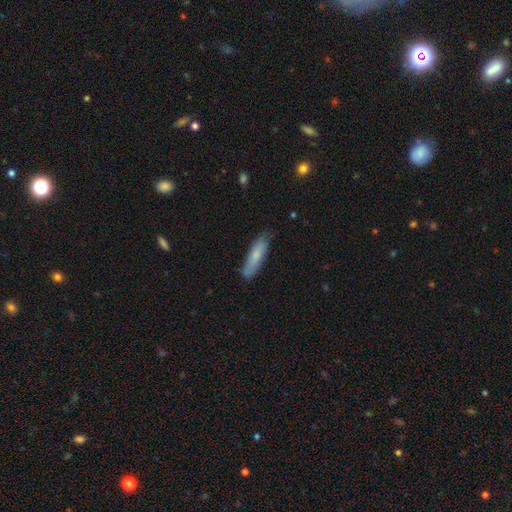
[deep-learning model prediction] This appears to be a smooth galaxy with no disk features (76%) that is cigar-shaped (74%). Merging: none (79%).